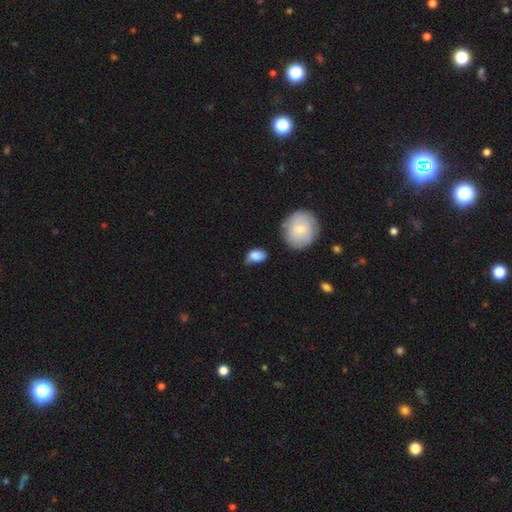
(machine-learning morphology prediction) Q: Smooth or featured?
A: smooth (77%); runner-up: featured or disk (14%)
Q: How rounded?
A: in between (76%); runner-up: round (22%)
Q: Merging?
A: minor disturbance (37%); runner-up: none (36%)